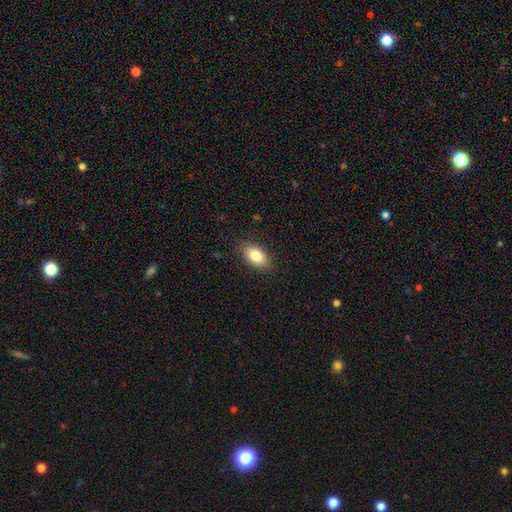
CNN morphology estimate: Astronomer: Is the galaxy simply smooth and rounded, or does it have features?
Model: smooth — 82%.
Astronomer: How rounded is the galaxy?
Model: in between — 92%.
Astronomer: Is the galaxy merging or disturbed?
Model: none — 87%.